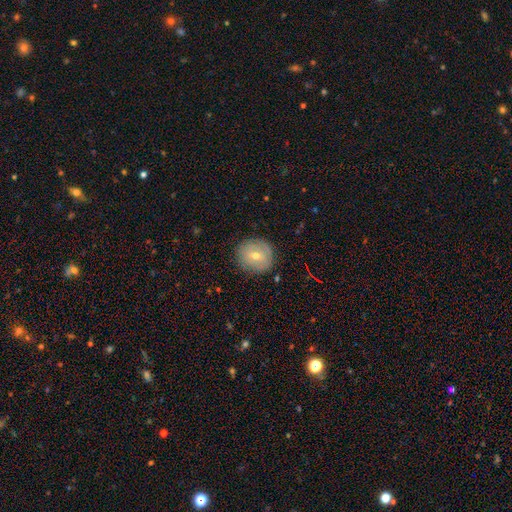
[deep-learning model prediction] Smooth or featured? smooth (55%)
How rounded? round (89%)
Merging? none (86%)